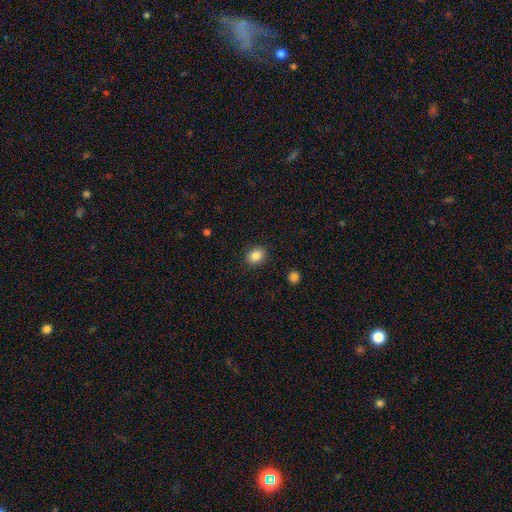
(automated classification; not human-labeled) A smooth galaxy with no disk features (86%) that is round (54%).

Vote fractions:
- Smooth or featured? smooth: 86% / star or artifact: 9% / featured or disk: 5%
- How rounded? round: 54% / in between: 46% / cigar-shaped: 1%
- Merging? none: 89% / minor disturbance: 7% / major disturbance: 2% / merger: 1%